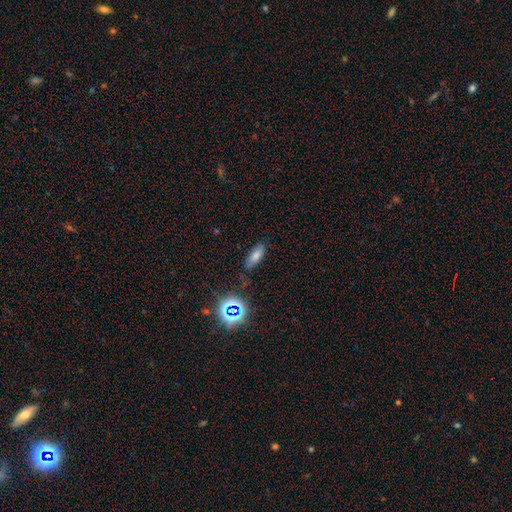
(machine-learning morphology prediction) smooth_or_featured: smooth (p=0.70) [alt: star or artifact p=0.16]
how_rounded: in between (p=0.70) [alt: cigar-shaped p=0.26]
merging: none (p=0.73) [alt: minor disturbance p=0.19]